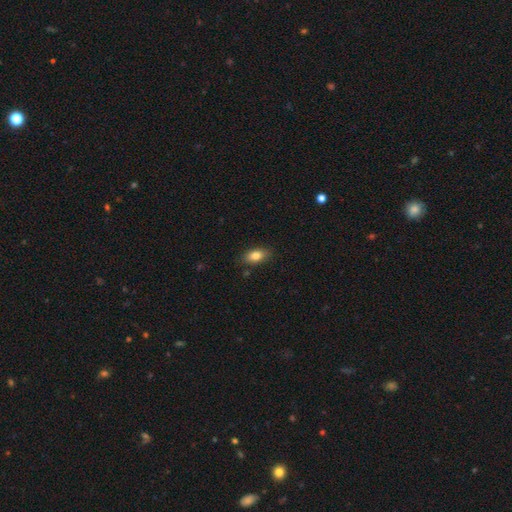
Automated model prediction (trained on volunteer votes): Q: Smooth or featured?
A: smooth (82%); runner-up: featured or disk (10%)
Q: How rounded?
A: in between (87%); runner-up: cigar-shaped (7%)
Q: Merging?
A: none (85%); runner-up: minor disturbance (11%)